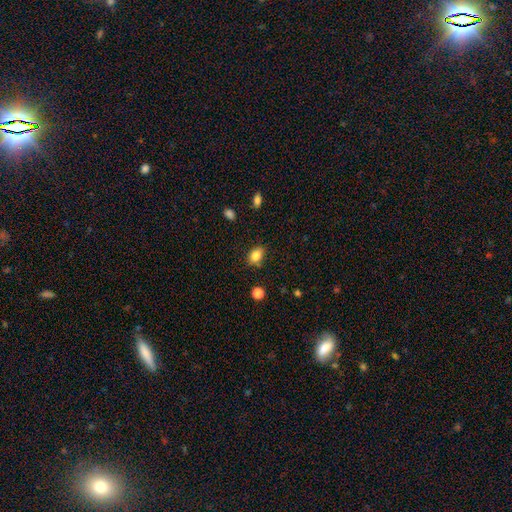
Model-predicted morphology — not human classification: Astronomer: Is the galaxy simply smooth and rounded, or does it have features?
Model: smooth — 84%.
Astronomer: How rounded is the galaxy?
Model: in between — 69%.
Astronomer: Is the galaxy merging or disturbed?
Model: none — 79%.